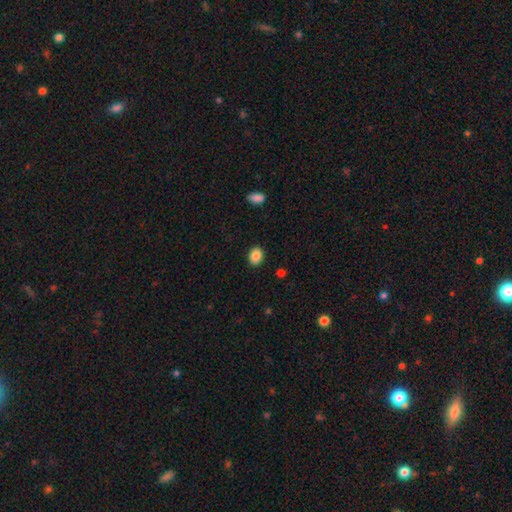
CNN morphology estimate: Smooth or featured?
  - smooth: 88% *
  - star or artifact: 8%
  - featured or disk: 4%
How rounded?
  - in between: 59% *
  - round: 40%
  - cigar-shaped: 1%
Merging?
  - none: 89% *
  - minor disturbance: 7%
  - major disturbance: 2%
  - merger: 1%